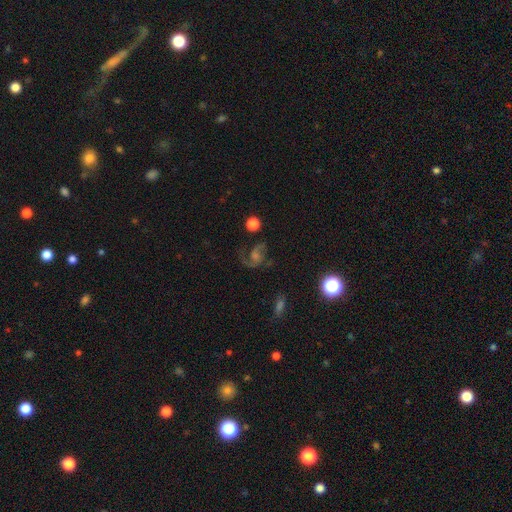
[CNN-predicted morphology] Smooth or featured? Predicted: featured or disk (p=0.76). Edge-on disk? Predicted: no (p=0.97). Bar? Predicted: no (p=0.55). Spiral arms? Predicted: yes (p=0.95). Spiral winding? Predicted: medium (p=0.49). Spiral arm count? Predicted: 2 (p=0.80). Bulge size? Predicted: moderate (p=0.43). Merging? Predicted: none (p=0.67).